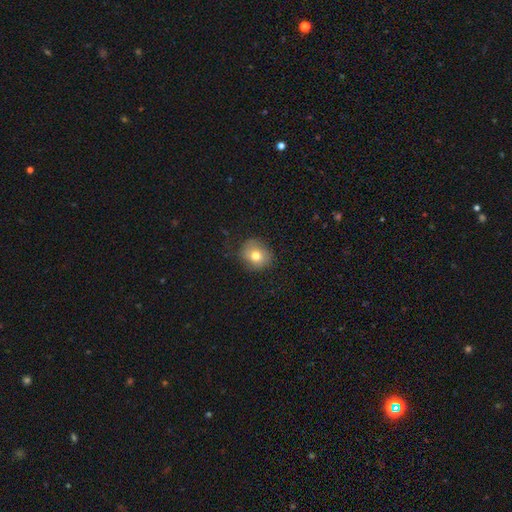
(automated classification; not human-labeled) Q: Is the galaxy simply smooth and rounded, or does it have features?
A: smooth — 74%.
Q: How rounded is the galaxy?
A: round — 77%.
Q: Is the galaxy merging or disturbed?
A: none — 77%.